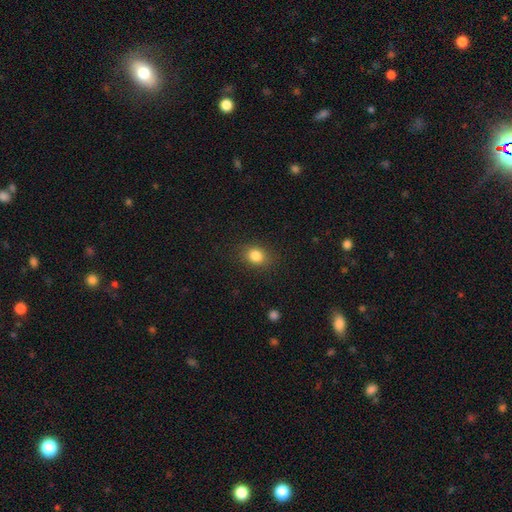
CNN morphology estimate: smooth_or_featured: smooth (p=0.84) [alt: star or artifact p=0.11]
how_rounded: round (p=0.49) [tied with: in between p=0.49]
merging: none (p=0.85) [alt: minor disturbance p=0.10]